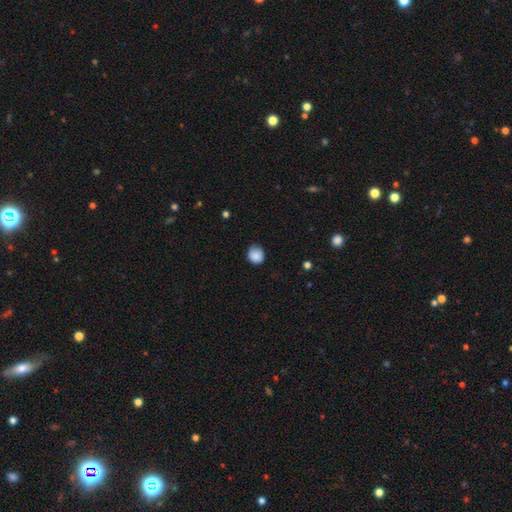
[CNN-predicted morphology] smooth 87%, star or artifact 8%, featured or disk 5%. Down the decision tree: how rounded — round (82%); merging — none (72%).